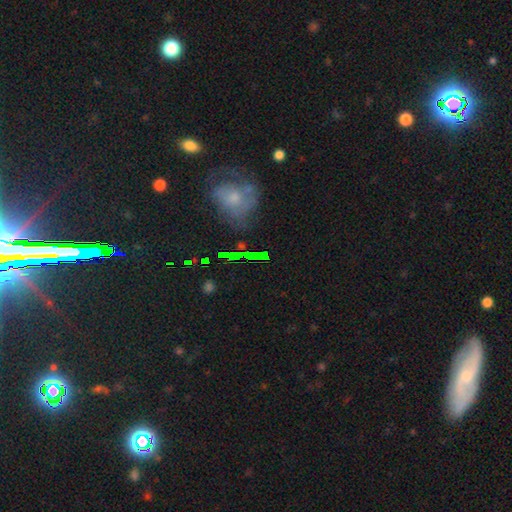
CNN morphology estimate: This appears to be a star or artifact, not a galaxy (45%).